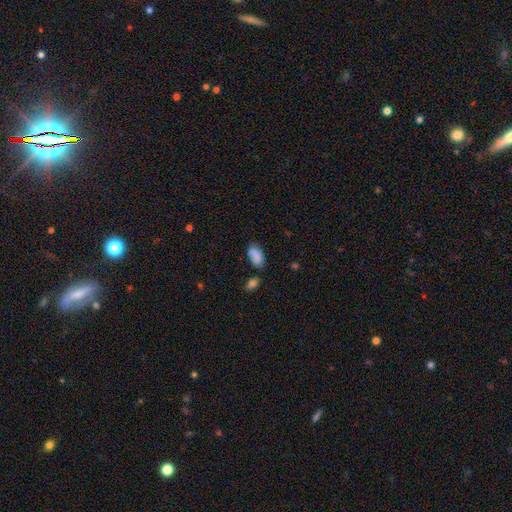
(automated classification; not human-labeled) A smooth galaxy with no disk features (84%) that is in between round and cigar-shaped (94%). Merging: none (59%).